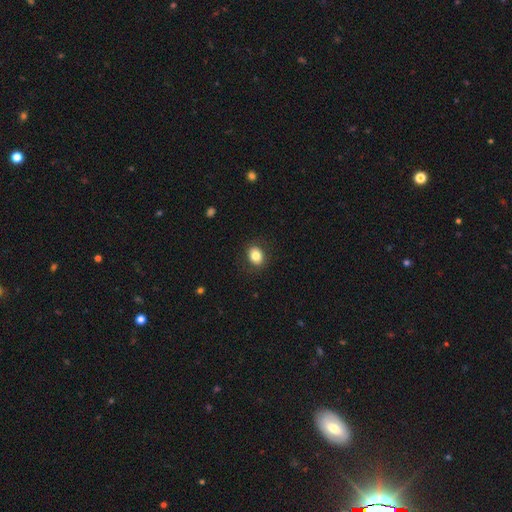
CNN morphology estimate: A smooth galaxy with no disk features (83%) that is in between round and cigar-shaped (55%).

Vote fractions:
- Smooth or featured? smooth: 83% / star or artifact: 9% / featured or disk: 8%
- How rounded? in between: 55% / round: 44% / cigar-shaped: 1%
- Merging? none: 87% / minor disturbance: 9% / major disturbance: 3% / merger: 1%